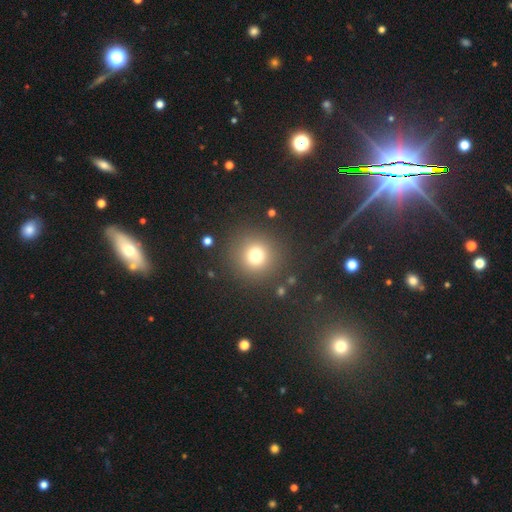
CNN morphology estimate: A smooth galaxy with no disk features (75%) that is round (94%).

Vote fractions:
- Smooth or featured? smooth: 75% / star or artifact: 17% / featured or disk: 9%
- How rounded? round: 94% / in between: 5% / cigar-shaped: 1%
- Merging? none: 88% / minor disturbance: 6% / major disturbance: 4% / merger: 2%